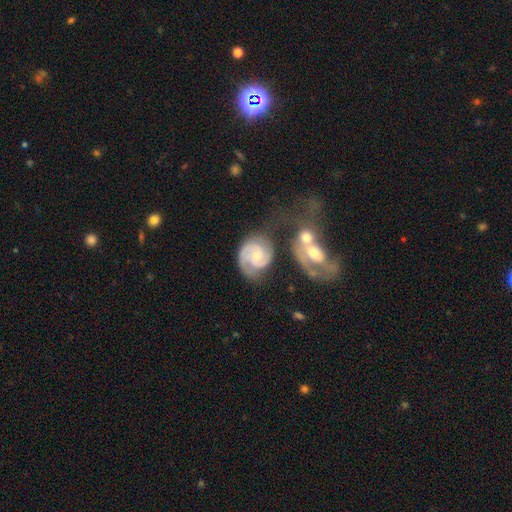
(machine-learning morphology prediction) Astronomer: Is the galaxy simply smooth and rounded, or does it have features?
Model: featured or disk — 87%.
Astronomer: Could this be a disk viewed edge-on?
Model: no — 98%.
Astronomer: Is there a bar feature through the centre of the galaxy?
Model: no — 66%.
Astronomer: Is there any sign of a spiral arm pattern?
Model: yes — 97%.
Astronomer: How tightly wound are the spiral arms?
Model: tight — 54% (runner-up: medium, 38%).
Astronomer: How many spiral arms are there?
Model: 2 — 75%.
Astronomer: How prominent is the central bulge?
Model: small — 54% (runner-up: moderate, 42%).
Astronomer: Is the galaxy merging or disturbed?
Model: none — 55%.